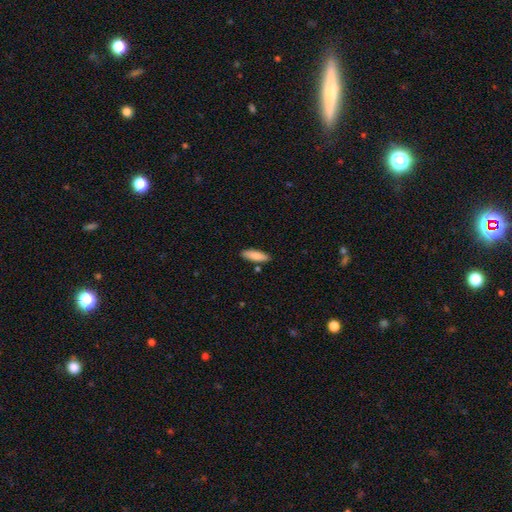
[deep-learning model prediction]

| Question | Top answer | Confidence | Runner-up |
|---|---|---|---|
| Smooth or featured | smooth | 85% | featured or disk (9%) |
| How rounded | in between | 51% | cigar-shaped (47%) |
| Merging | none | 85% | minor disturbance (10%) |